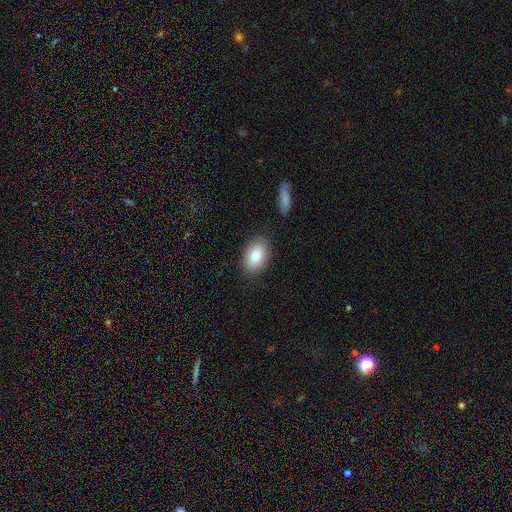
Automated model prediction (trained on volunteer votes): This is clearly a smooth galaxy (81%). How rounded: clearly in between (87%). Merging: clearly none (85%).